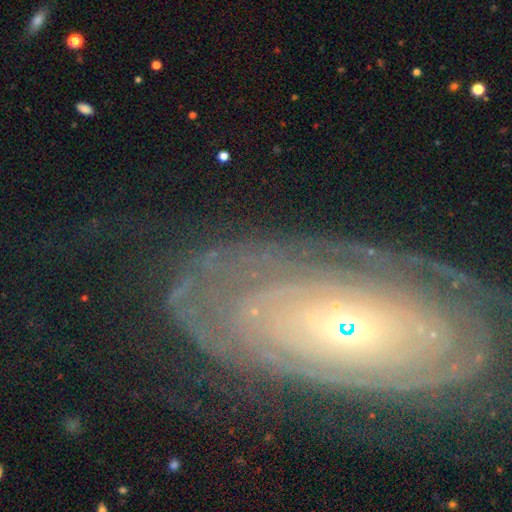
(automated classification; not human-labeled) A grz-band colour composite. It shows a featured or disk galaxy (79%) with no bar (71%), tight (82%) spiral arms (87%) and a small central bulge (68%). Merging: none (76%).